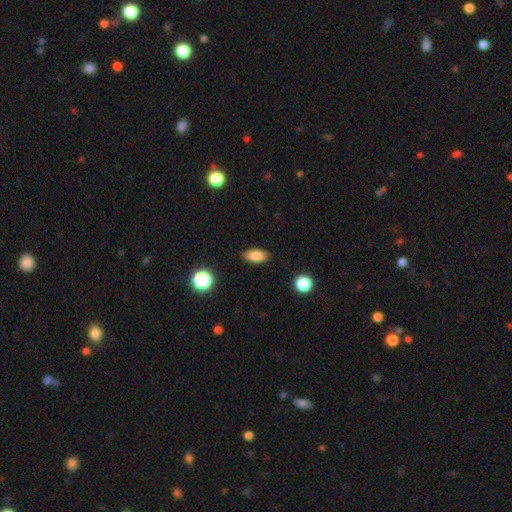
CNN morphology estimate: Smooth or featured? Predicted: smooth (p=0.84). How rounded? Predicted: in between (p=0.87). Merging? Predicted: none (p=0.87).